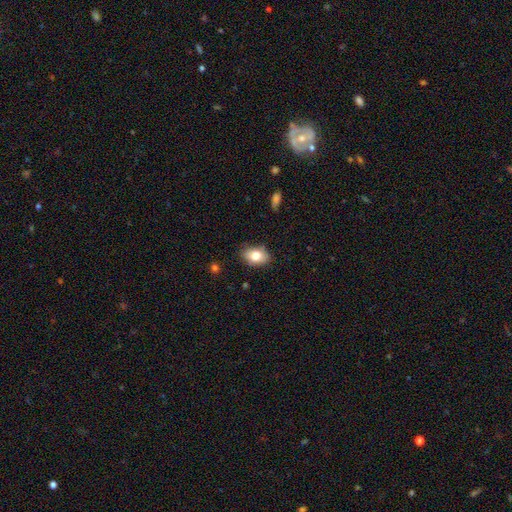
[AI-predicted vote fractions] A smooth galaxy with no disk features (80%) that is in between round and cigar-shaped (82%). Merging: none (80%).